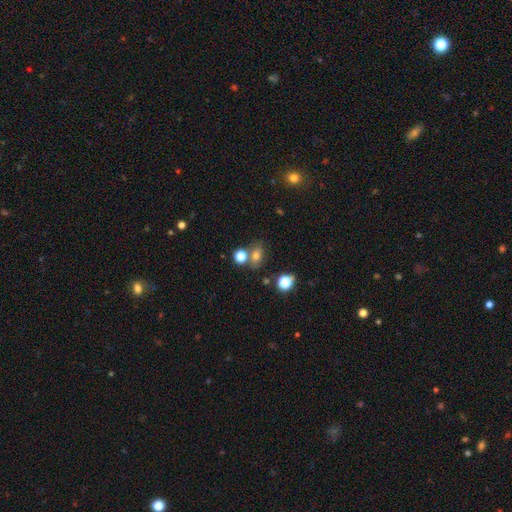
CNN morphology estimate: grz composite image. It shows a smooth galaxy with no disk features (70%) that is in between round and cigar-shaped (63%). Merging: none (63%).